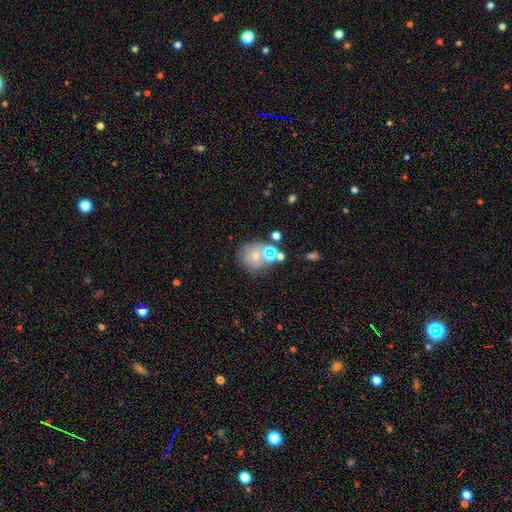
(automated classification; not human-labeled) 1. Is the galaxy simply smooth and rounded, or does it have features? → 53% smooth, 28% featured or disk, 18% star or artifact.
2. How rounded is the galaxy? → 76% round, 23% in between, 1% cigar-shaped.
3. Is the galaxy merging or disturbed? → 50% none, 26% merger, 15% minor disturbance, 9% major disturbance.